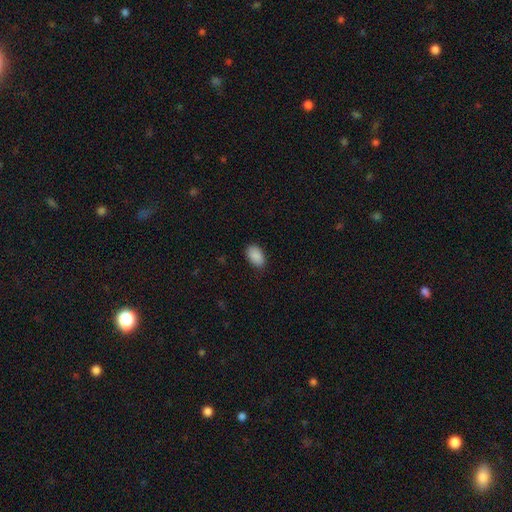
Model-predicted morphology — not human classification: type=smooth (90%); roundness=in between (91%); merging=none (85%).